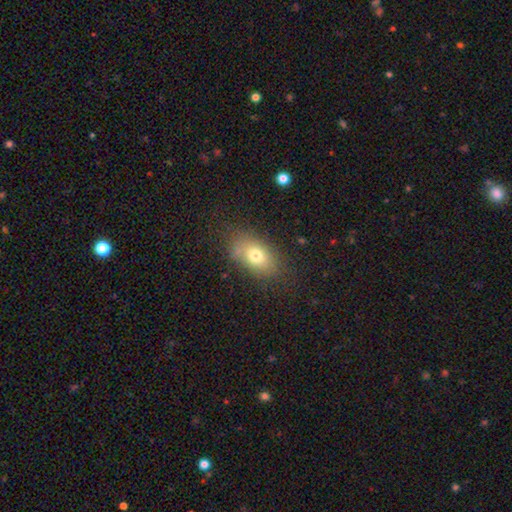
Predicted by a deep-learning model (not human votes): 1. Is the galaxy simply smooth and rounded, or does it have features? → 72% smooth, 14% featured or disk, 14% star or artifact.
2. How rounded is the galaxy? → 83% in between, 14% round, 3% cigar-shaped.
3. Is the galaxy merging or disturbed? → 85% none, 11% minor disturbance, 3% major disturbance, 1% merger.